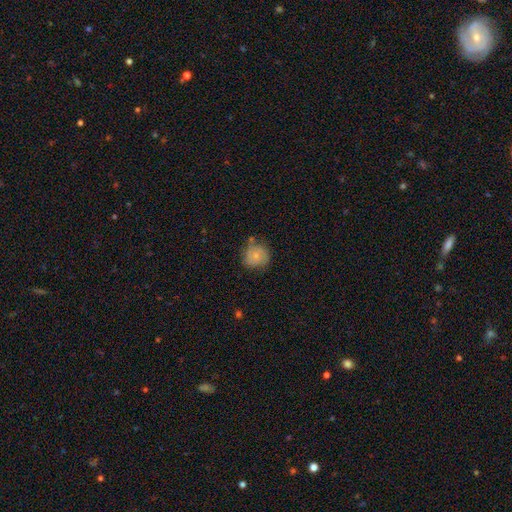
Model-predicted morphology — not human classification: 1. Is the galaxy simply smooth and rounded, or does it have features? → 64% smooth, 28% featured or disk, 8% star or artifact.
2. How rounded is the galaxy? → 85% round, 14% in between, 1% cigar-shaped.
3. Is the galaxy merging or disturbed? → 65% none, 24% minor disturbance, 6% major disturbance, 6% merger.